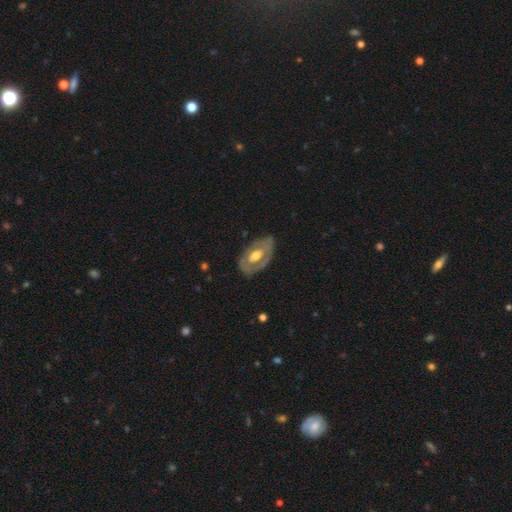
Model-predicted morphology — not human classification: This is likely a featured or disk galaxy (69%). It is clearly not viewed edge-on (92%). Bar: likely no (62%). Spiral arm pattern: possibly no (59%). Central bulge: likely moderate (65%). Merging: likely none (70%).